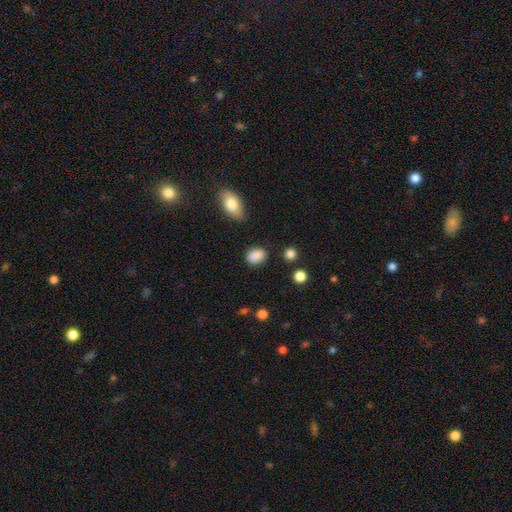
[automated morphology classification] type=smooth (87%); roundness=in between (71%); merging=none (81%).